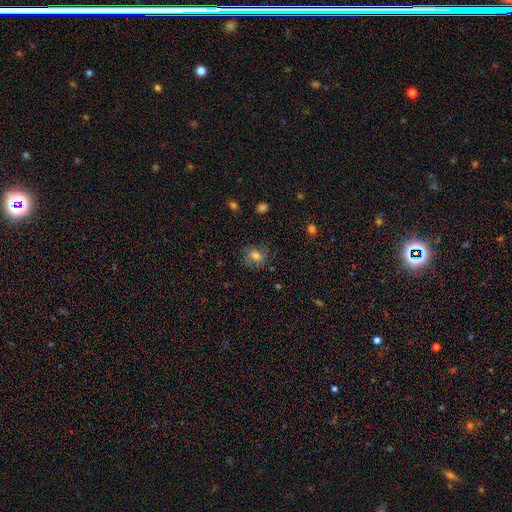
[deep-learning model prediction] smooth_or_featured: smooth (p=0.52) [alt: featured or disk p=0.33]
how_rounded: round (p=0.62) [alt: in between p=0.37]
merging: none (p=0.70) [alt: minor disturbance p=0.19]